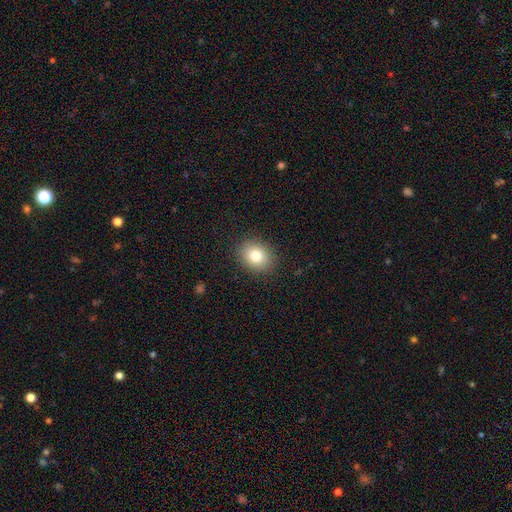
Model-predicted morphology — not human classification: type=smooth (81%); roundness=round (56%); merging=none (89%).